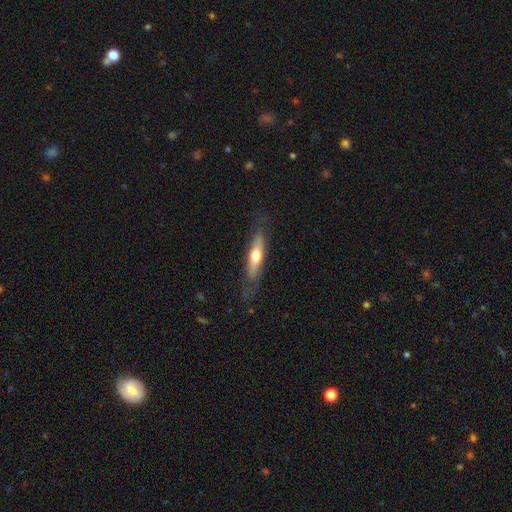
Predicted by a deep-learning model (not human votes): Smooth or featured?
  - smooth: 54% *
  - featured or disk: 40%
  - star or artifact: 5%
How rounded?
  - cigar-shaped: 71% *
  - in between: 27%
  - round: 2%
Merging?
  - none: 76% *
  - minor disturbance: 17%
  - major disturbance: 6%
  - merger: 1%